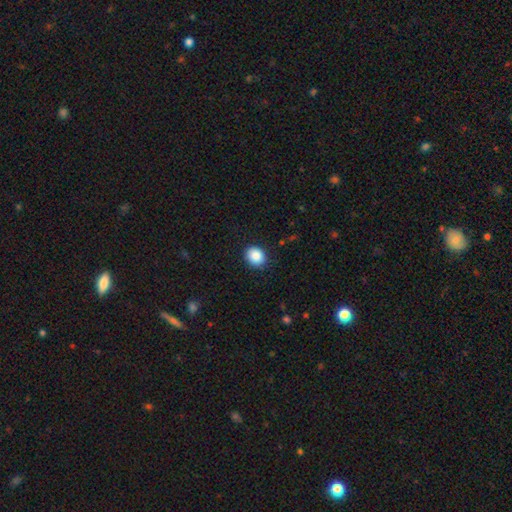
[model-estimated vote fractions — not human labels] Smooth or featured? smooth (88%)
How rounded? round (64%)
Merging? none (89%)